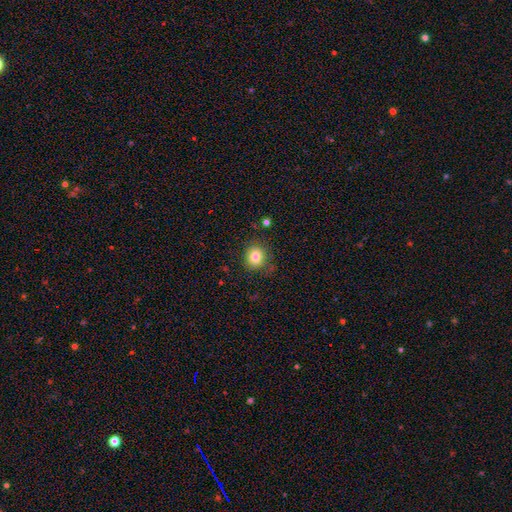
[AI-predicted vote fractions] Q: Smooth or featured?
A: smooth (81%); runner-up: star or artifact (11%)
Q: How rounded?
A: round (83%); runner-up: in between (16%)
Q: Merging?
A: none (84%); runner-up: minor disturbance (11%)